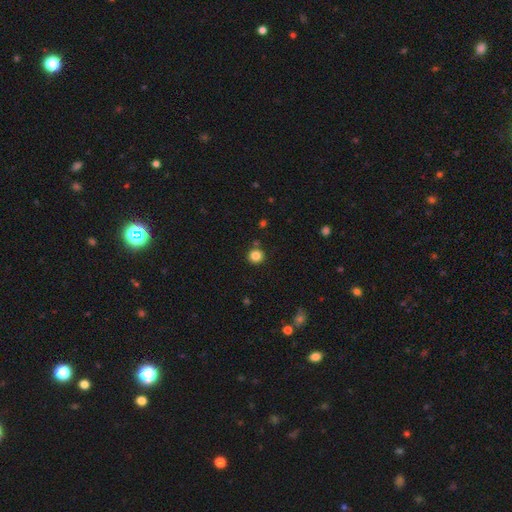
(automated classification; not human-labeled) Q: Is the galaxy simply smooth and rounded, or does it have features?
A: smooth — 84%.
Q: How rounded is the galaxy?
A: round — 92%.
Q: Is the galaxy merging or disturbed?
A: none — 86%.